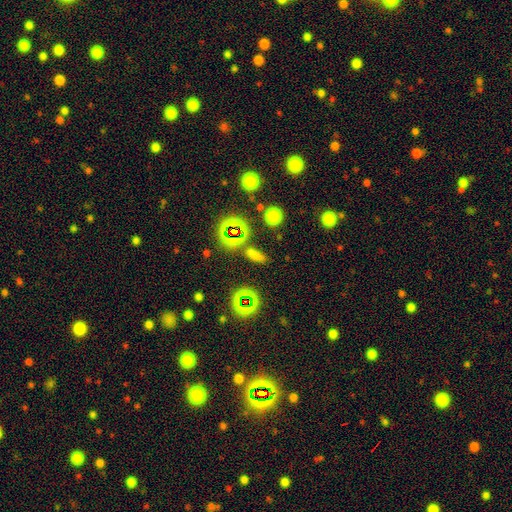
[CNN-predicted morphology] This appears to be a smooth galaxy with no disk features (57%) that is in between round and cigar-shaped (57%). Merging: none (75%).